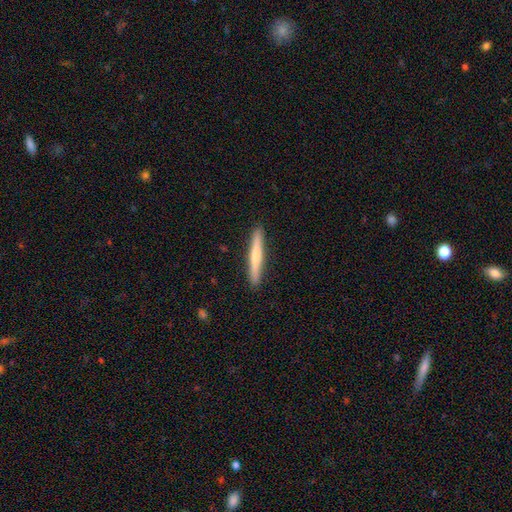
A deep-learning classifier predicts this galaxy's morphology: Overall: smooth (59%; featured or disk 36%). How rounded: cigar-shaped (96%). Merging: none (91%).